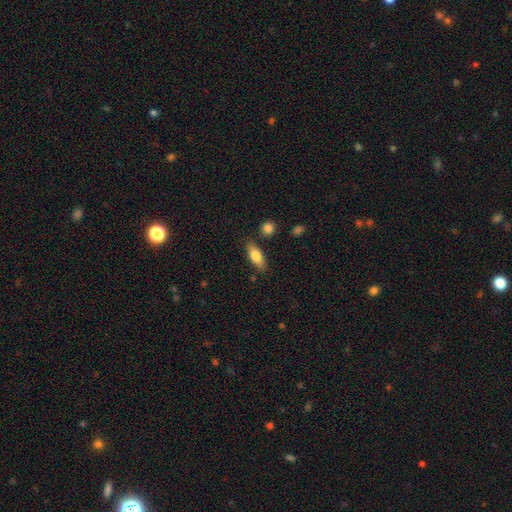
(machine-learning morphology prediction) Q: Smooth or featured?
A: smooth (74%); runner-up: featured or disk (19%)
Q: How rounded?
A: in between (73%); runner-up: cigar-shaped (24%)
Q: Merging?
A: none (80%); runner-up: minor disturbance (13%)